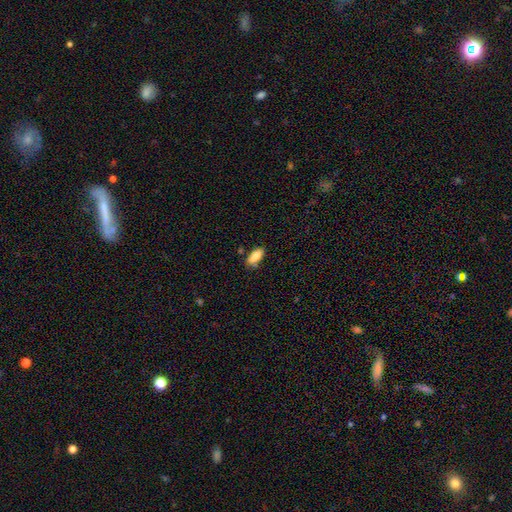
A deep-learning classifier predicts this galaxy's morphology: This is clearly a smooth galaxy (83%). How rounded: clearly in between (80%). Merging: likely none (69%).